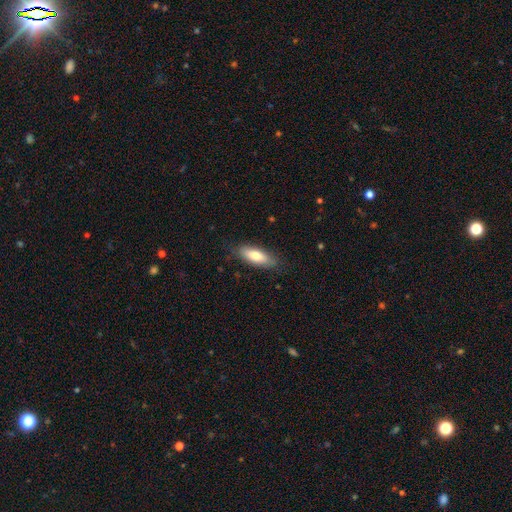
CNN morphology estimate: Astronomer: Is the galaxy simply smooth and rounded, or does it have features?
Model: smooth — 76%.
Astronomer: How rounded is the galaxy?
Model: in between — 68%.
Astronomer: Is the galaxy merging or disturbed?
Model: none — 83%.